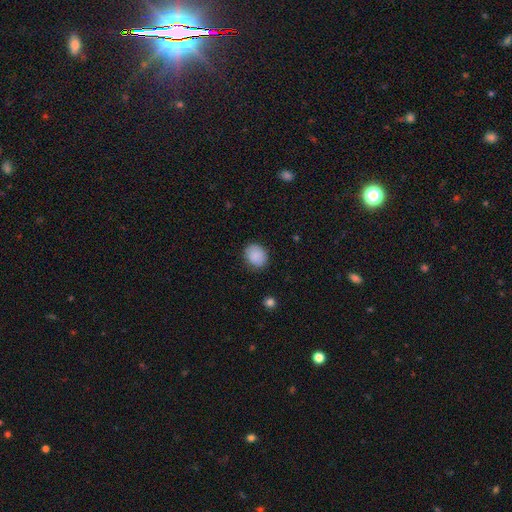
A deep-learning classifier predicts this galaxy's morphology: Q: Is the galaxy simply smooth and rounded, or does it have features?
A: smooth — 88%.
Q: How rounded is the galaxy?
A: round — 62%.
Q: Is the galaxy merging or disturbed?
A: none — 83%.